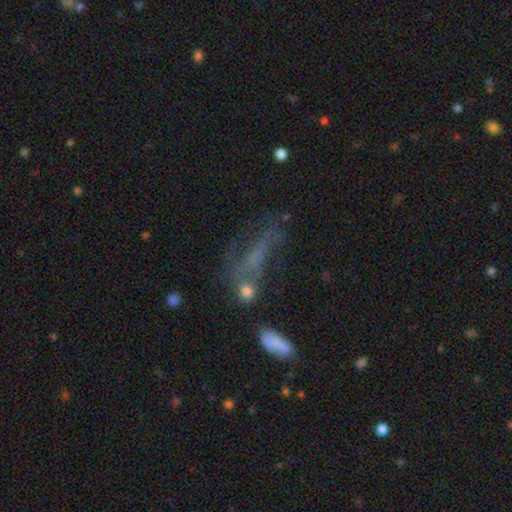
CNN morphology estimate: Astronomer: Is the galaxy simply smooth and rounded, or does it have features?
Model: smooth — 39% (runner-up: featured or disk, 38%).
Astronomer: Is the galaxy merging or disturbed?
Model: none — 41% (runner-up: major disturbance, 27%).